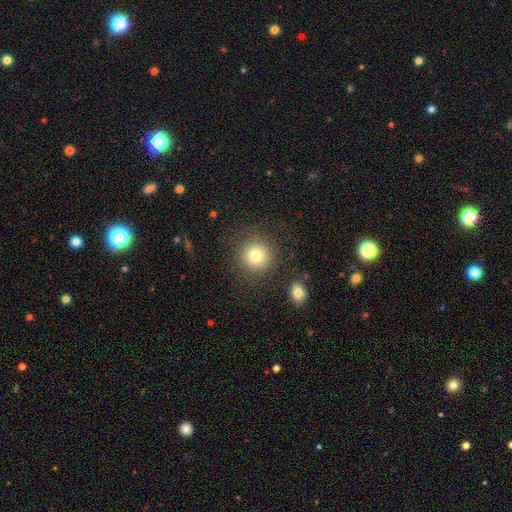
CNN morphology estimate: Smooth or featured: smooth — 80% (star or artifact — 11%)
How rounded: round — 93% (in between — 6%)
Merging: none — 84% (minor disturbance — 9%)